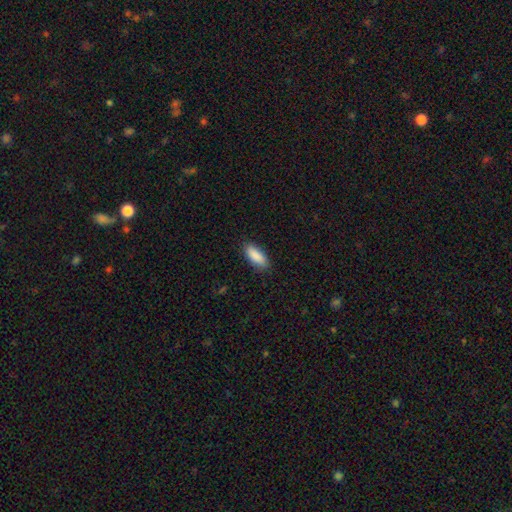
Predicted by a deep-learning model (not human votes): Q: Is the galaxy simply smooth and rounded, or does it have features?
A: smooth — 90%.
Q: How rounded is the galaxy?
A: in between — 75%.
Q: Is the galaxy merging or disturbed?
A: none — 87%.